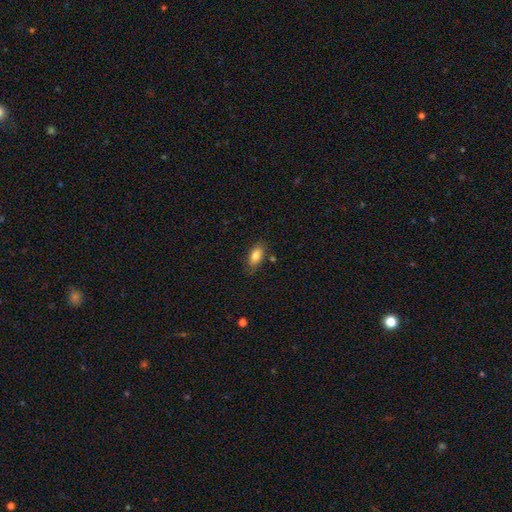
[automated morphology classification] smooth_or_featured: smooth (p=0.82) [alt: featured or disk p=0.11]
how_rounded: in between (p=0.89) [alt: cigar-shaped p=0.06]
merging: none (p=0.77) [alt: minor disturbance p=0.16]